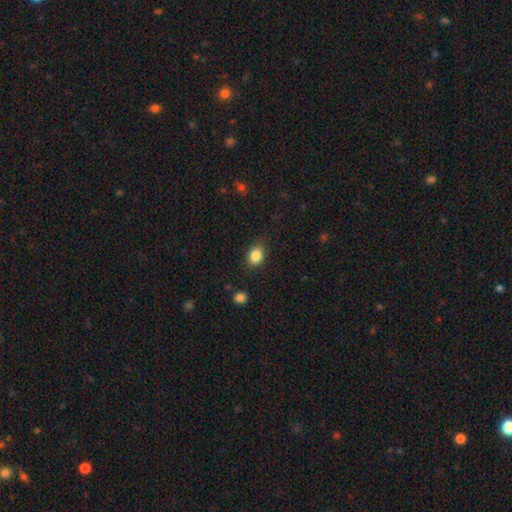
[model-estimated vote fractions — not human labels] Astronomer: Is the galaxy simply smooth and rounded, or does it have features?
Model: smooth — 85%.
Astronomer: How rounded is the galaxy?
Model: in between — 64%.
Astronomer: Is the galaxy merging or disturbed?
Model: none — 81%.